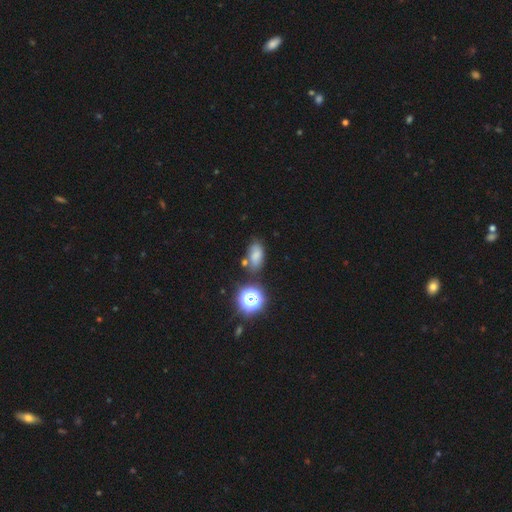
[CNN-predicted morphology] smooth 70%, star or artifact 19%, featured or disk 11%. Down the decision tree: how rounded — in between (84%); merging — none (65%).